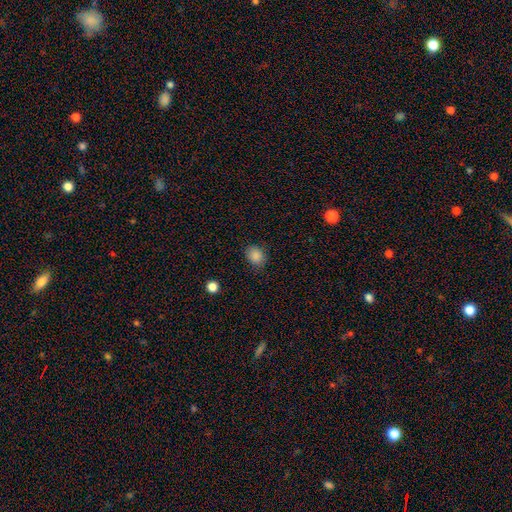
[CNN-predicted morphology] Smooth or featured? Predicted: smooth (p=0.86). How rounded? Predicted: round (p=0.55). Merging? Predicted: none (p=0.82).